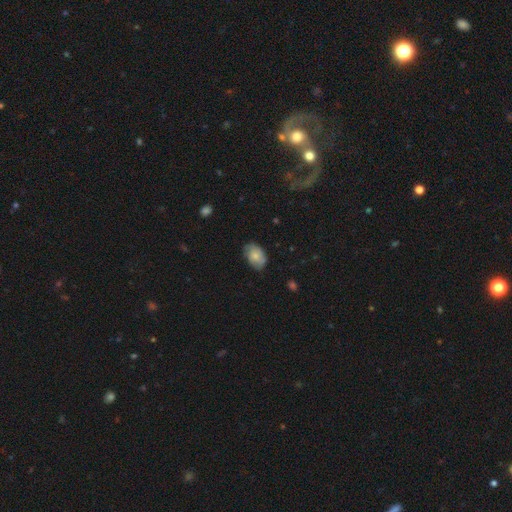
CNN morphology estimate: A smooth galaxy with no disk features (66%) that is in between round and cigar-shaped (85%).

Vote fractions:
- Smooth or featured? smooth: 66% / featured or disk: 26% / star or artifact: 7%
- How rounded? in between: 85% / round: 14% / cigar-shaped: 1%
- Merging? none: 69% / minor disturbance: 24% / major disturbance: 5% / merger: 1%